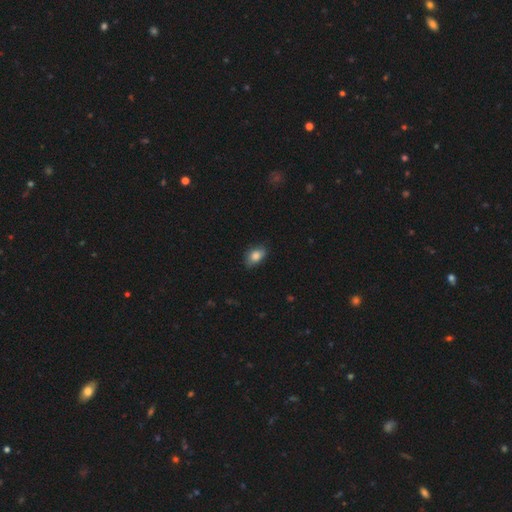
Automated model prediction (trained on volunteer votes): This is clearly a smooth galaxy (83%). How rounded: clearly in between (83%). Merging: likely none (76%).